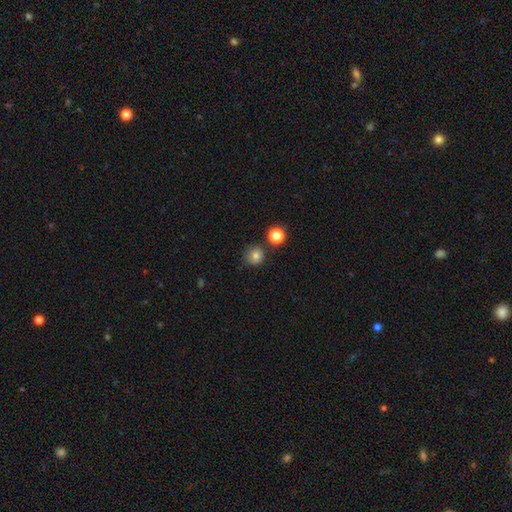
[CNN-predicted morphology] Smooth or featured? smooth (79%)
How rounded? round (92%)
Merging? none (80%)